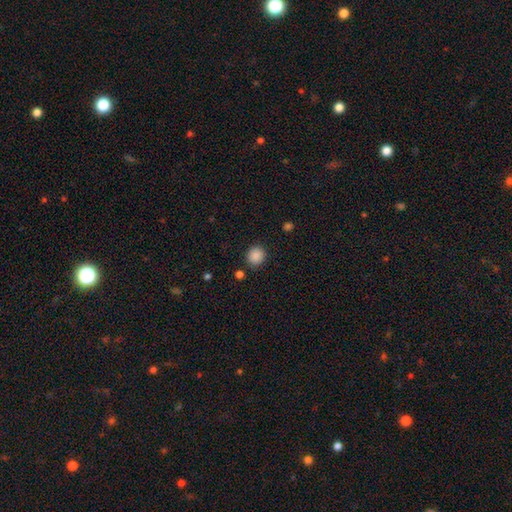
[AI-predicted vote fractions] Q: Smooth or featured?
A: smooth (88%); runner-up: star or artifact (9%)
Q: How rounded?
A: round (86%); runner-up: in between (13%)
Q: Merging?
A: none (87%); runner-up: minor disturbance (8%)